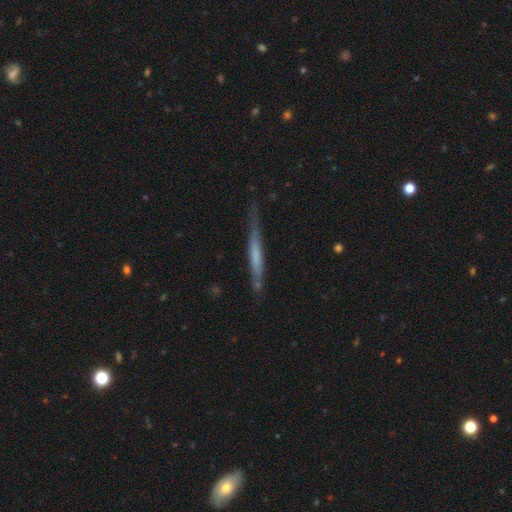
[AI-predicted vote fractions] Q: Smooth or featured?
A: featured or disk (47%); runner-up: smooth (46%)
Q: Merging?
A: none (70%); runner-up: minor disturbance (22%)